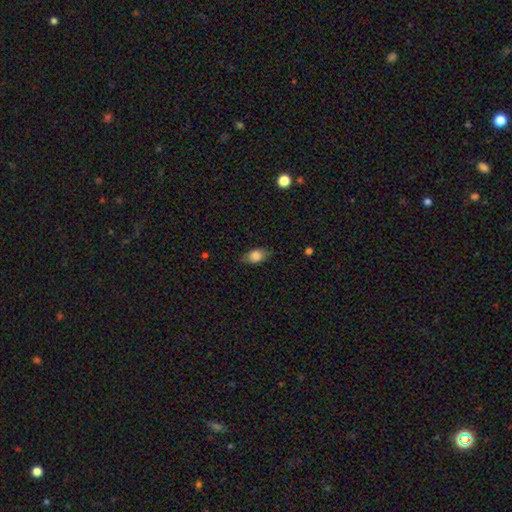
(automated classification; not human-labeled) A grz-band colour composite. It shows a smooth galaxy with no disk features (80%) that is in between round and cigar-shaped (84%). Merging: none (76%).